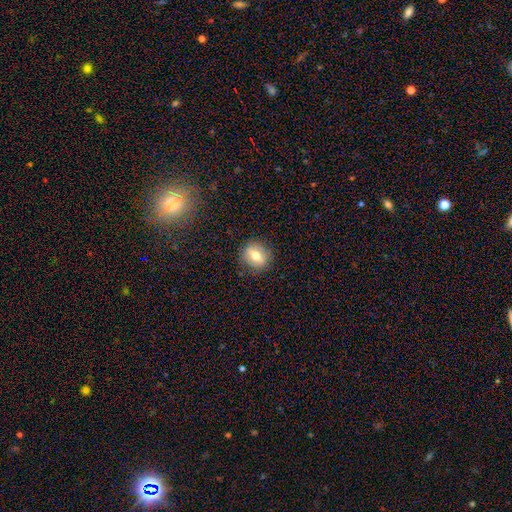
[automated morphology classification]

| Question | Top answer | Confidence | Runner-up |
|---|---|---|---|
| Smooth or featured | smooth | 62% | featured or disk (28%) |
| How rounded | round | 76% | in between (23%) |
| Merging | none | 86% | minor disturbance (10%) |